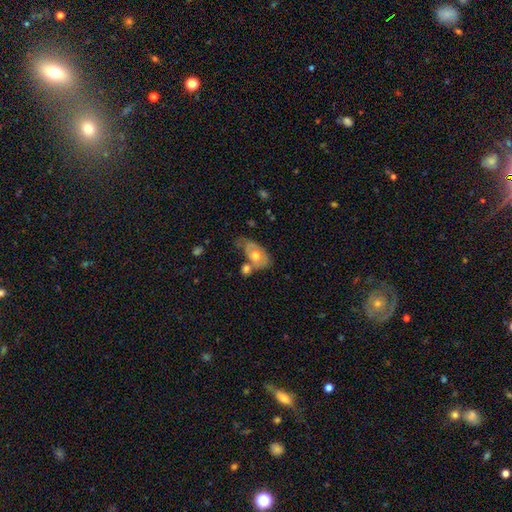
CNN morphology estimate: The model was most divided on "smooth or featured": smooth: 48%, featured or disk: 45%, star or artifact: 7%. Remaining: merging — none (36%).